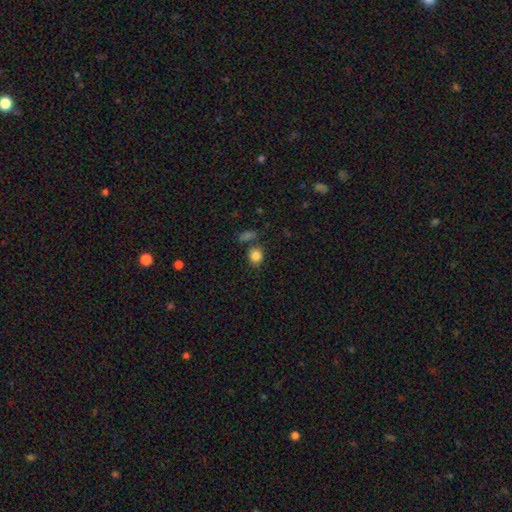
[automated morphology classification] This appears to be a smooth galaxy with no disk features (85%) that is round (67%). Merging: none (72%).